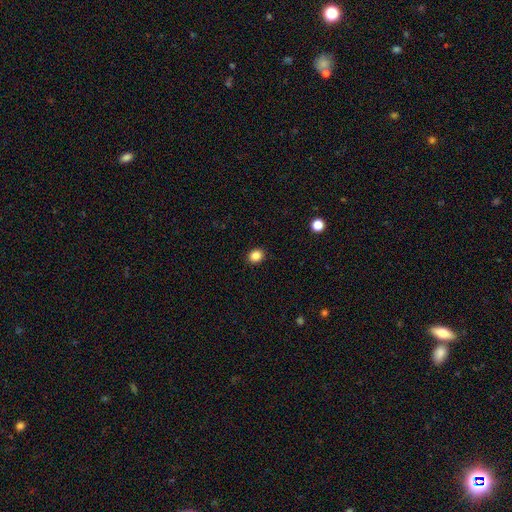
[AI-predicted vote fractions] The model was most divided on "how rounded": round: 62%, in between: 37%, cigar-shaped: 1%. More confident: merging — none (91%); smooth or featured — smooth (86%).